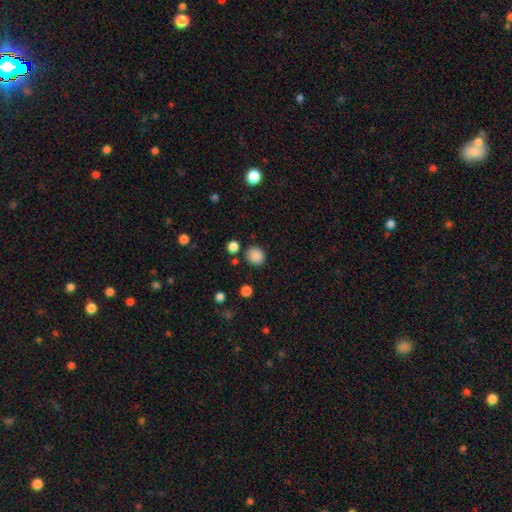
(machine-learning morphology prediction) type=smooth (86%); roundness=round (81%); merging=none (83%).